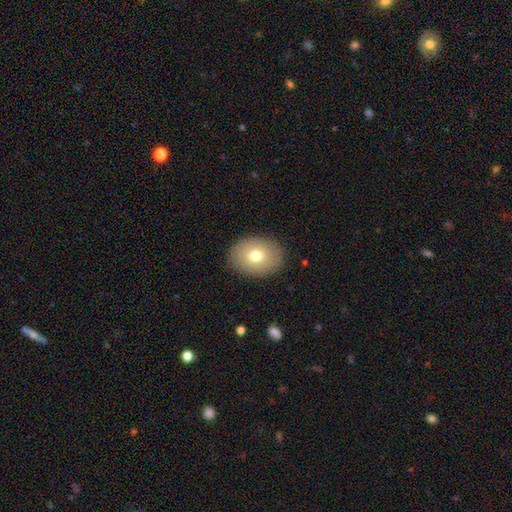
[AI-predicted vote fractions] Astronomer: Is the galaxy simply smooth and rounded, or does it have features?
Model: smooth — 74%.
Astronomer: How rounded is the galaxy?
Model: in between — 66%.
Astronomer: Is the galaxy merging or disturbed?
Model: none — 89%.